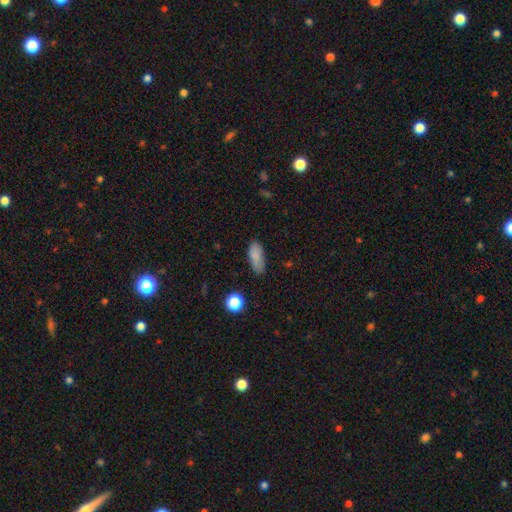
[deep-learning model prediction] Smooth or featured? Predicted: smooth (p=0.83). How rounded? Predicted: in between (p=0.80). Merging? Predicted: none (p=0.73).